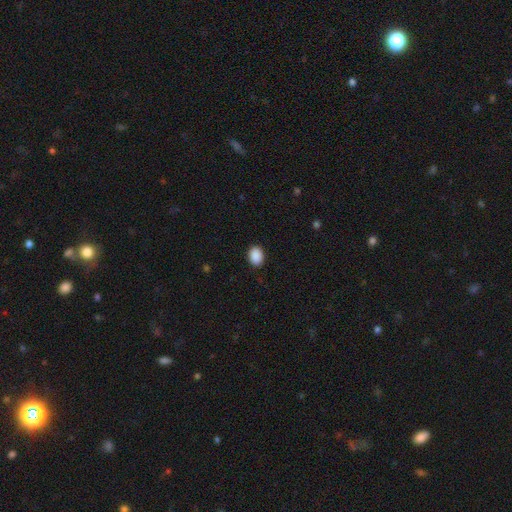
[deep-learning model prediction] Smooth or featured? Predicted: smooth (p=0.90). How rounded? Predicted: in between (p=0.70). Merging? Predicted: none (p=0.89).